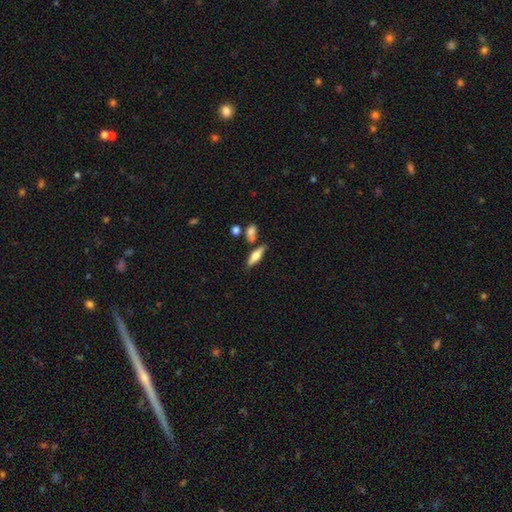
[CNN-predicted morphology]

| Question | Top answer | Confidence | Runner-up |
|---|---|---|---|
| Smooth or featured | smooth | 53% | featured or disk (40%) |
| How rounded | cigar-shaped | 50% | in between (47%) |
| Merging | none | 72% | minor disturbance (14%) |